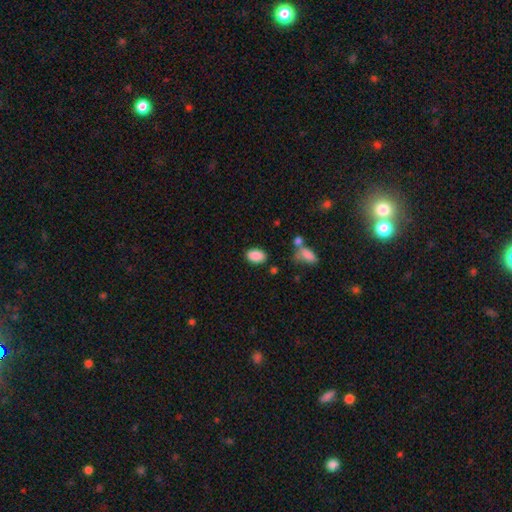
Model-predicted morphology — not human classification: Smooth or featured? smooth (89%)
How rounded? in between (90%)
Merging? none (81%)